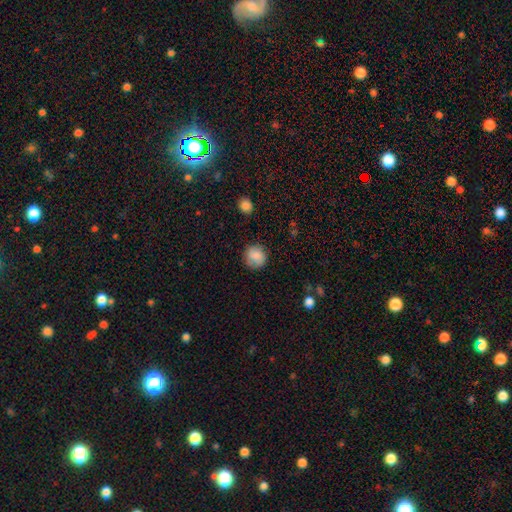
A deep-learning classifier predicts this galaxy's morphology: Overall: smooth (83%). How rounded: round (88%). Merging: none (80%).